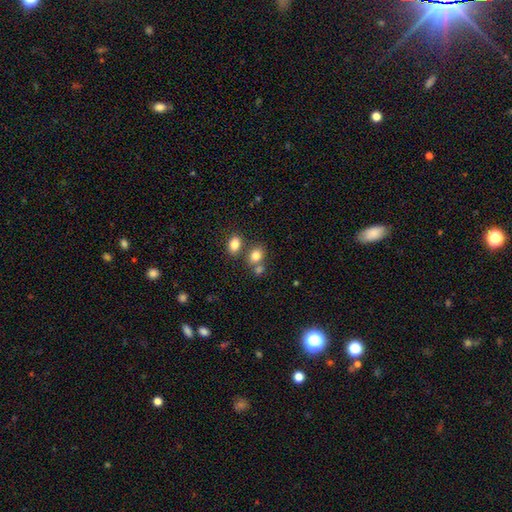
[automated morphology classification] type=smooth (81%); roundness=in between (56%); merging=none (53%).